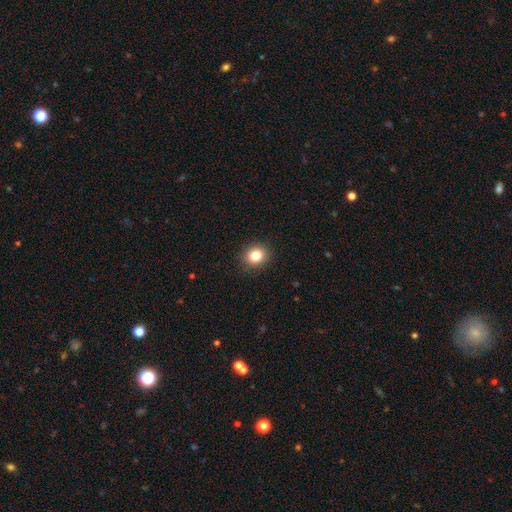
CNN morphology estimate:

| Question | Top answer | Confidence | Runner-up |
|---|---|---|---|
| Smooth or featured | smooth | 83% | star or artifact (11%) |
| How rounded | round | 74% | in between (25%) |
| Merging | none | 90% | minor disturbance (7%) |